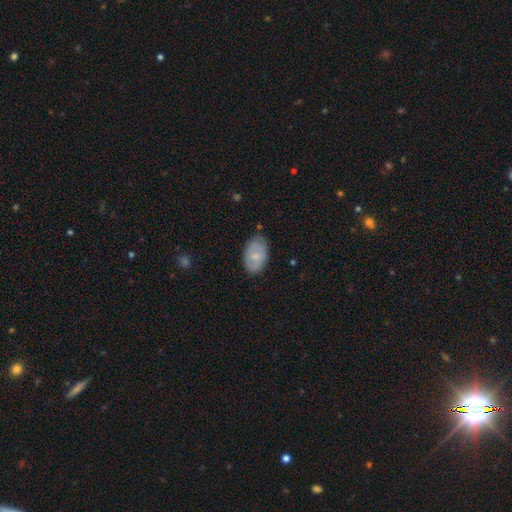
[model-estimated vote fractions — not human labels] This appears to be a smooth galaxy with no disk features (64%) that is in between round and cigar-shaped (90%). Merging: none (74%).